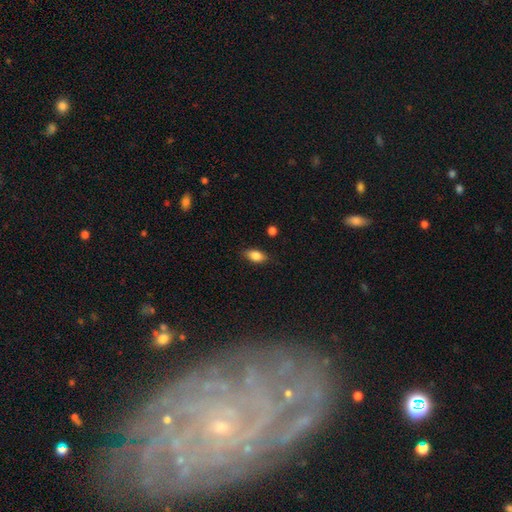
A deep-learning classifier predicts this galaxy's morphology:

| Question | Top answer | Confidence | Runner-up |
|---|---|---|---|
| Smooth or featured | smooth | 84% | featured or disk (8%) |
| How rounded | in between | 87% | round (7%) |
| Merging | none | 81% | minor disturbance (14%) |